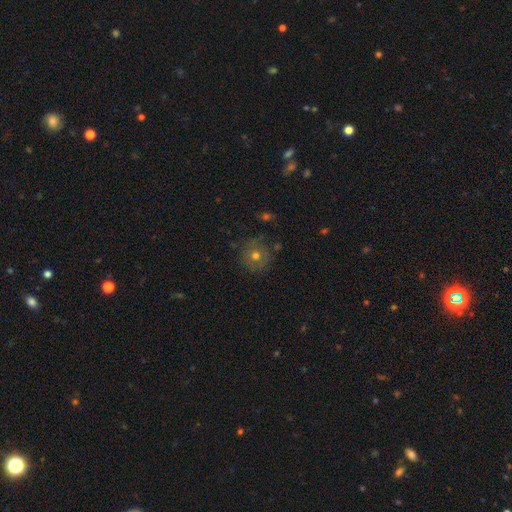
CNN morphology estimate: smooth 59%, featured or disk 26%, star or artifact 16%. Down the decision tree: how rounded — round (93%); merging — none (81%).